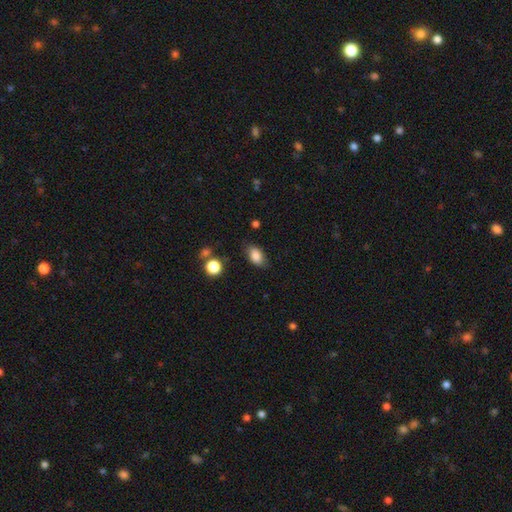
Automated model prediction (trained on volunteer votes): Smooth or featured?
  - smooth: 85% *
  - star or artifact: 8%
  - featured or disk: 6%
How rounded?
  - in between: 87% *
  - round: 10%
  - cigar-shaped: 2%
Merging?
  - none: 79% *
  - minor disturbance: 15%
  - major disturbance: 4%
  - merger: 2%